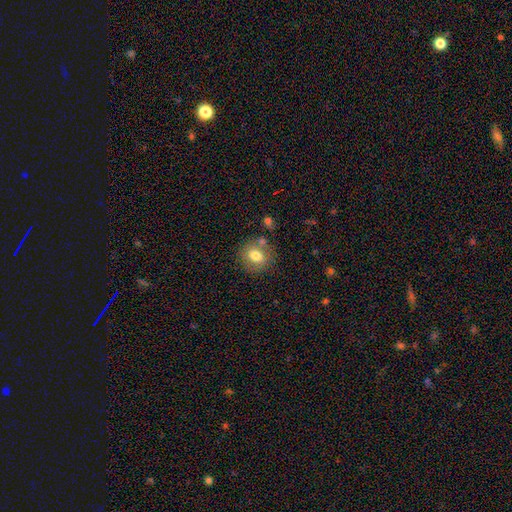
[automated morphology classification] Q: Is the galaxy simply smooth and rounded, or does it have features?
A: smooth — 76%.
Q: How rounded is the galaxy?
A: round — 72%.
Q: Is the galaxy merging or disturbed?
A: none — 74%.